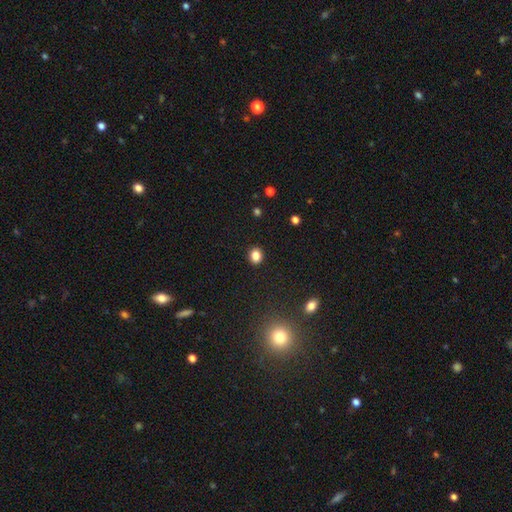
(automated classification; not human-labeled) smooth_or_featured: smooth (p=0.84) [alt: star or artifact p=0.11]
how_rounded: round (p=0.61) [alt: in between p=0.38]
merging: none (p=0.91) [alt: minor disturbance p=0.06]